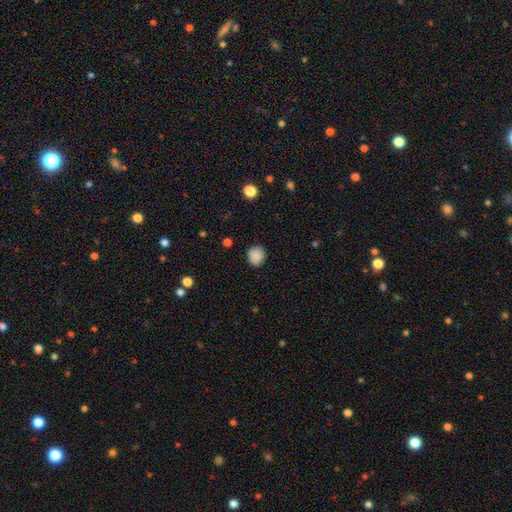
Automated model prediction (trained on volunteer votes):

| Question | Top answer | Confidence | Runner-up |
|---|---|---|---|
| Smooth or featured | smooth | 87% | star or artifact (9%) |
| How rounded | round | 86% | in between (13%) |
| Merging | none | 87% | minor disturbance (10%) |